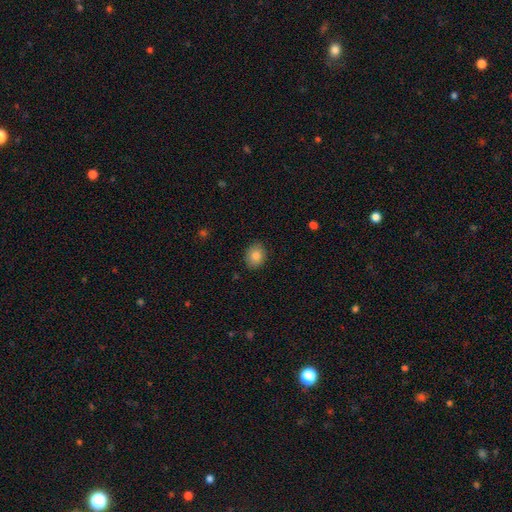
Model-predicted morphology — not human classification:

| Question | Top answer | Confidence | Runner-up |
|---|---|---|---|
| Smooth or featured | smooth | 85% | star or artifact (8%) |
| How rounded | in between | 55% | round (44%) |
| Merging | none | 86% | minor disturbance (10%) |